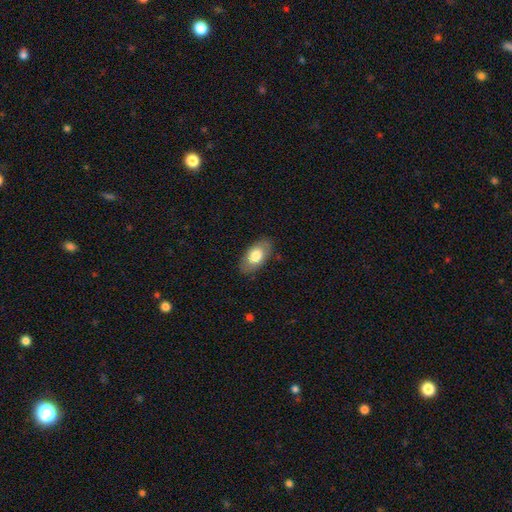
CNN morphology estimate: Q: Smooth or featured?
A: smooth (75%); runner-up: featured or disk (18%)
Q: How rounded?
A: in between (92%); runner-up: round (5%)
Q: Merging?
A: none (82%); runner-up: minor disturbance (13%)